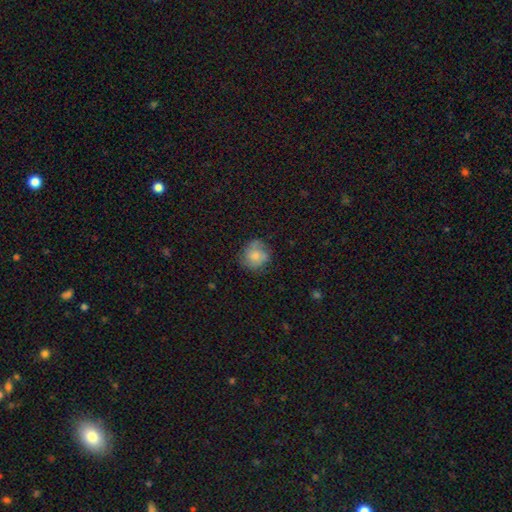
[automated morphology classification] Smooth or featured: smooth — 68% (featured or disk — 24%)
How rounded: round — 85% (in between — 14%)
Merging: none — 68% (minor disturbance — 22%)